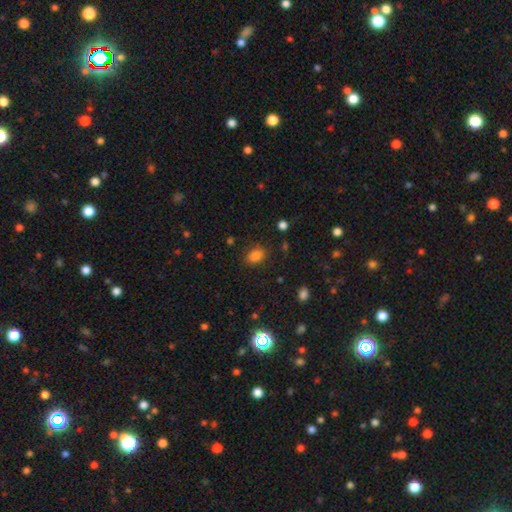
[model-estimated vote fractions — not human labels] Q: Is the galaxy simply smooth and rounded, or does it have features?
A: smooth — 82%.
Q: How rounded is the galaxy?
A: in between — 70%.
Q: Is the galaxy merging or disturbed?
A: none — 80%.